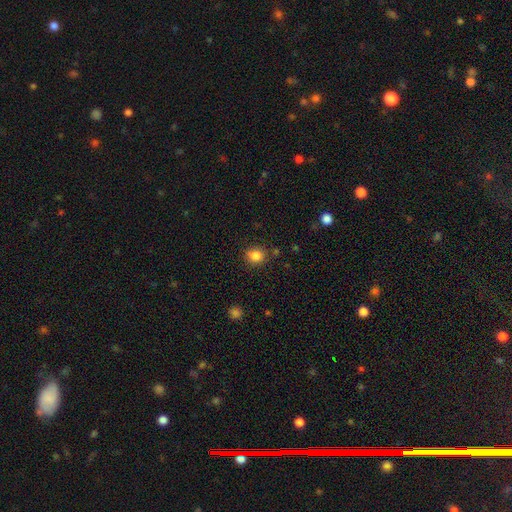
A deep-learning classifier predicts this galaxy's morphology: A smooth galaxy with no disk features (84%) that is round (81%). Merging: none (83%).